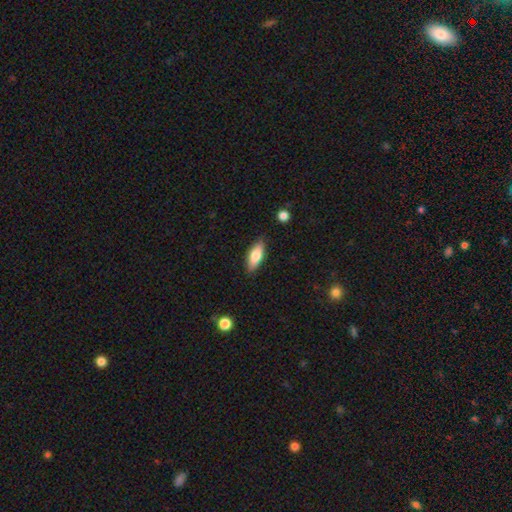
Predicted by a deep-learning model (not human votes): smooth-or-featured: smooth: 74% | featured or disk: 19% | star or artifact: 6%
  how-rounded: in between: 73% | cigar-shaped: 25% | round: 3%
  merging: none: 86% | minor disturbance: 10% | major disturbance: 2% | merger: 1%